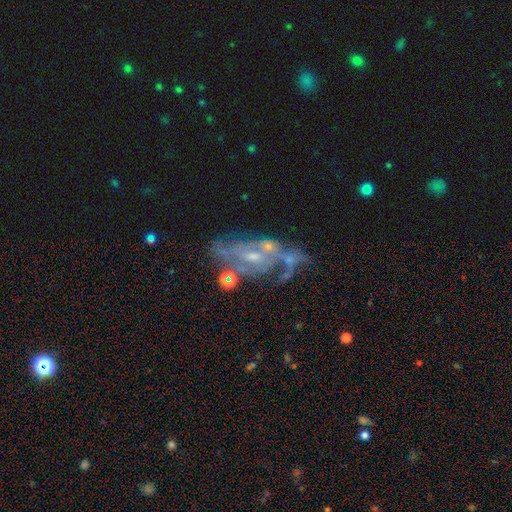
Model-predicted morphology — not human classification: type=featured or disk (73%); edge-on=no (89%); bar=no (59%); spiral arms=yes (64%); bulge=small (61%); merging=none (44%).